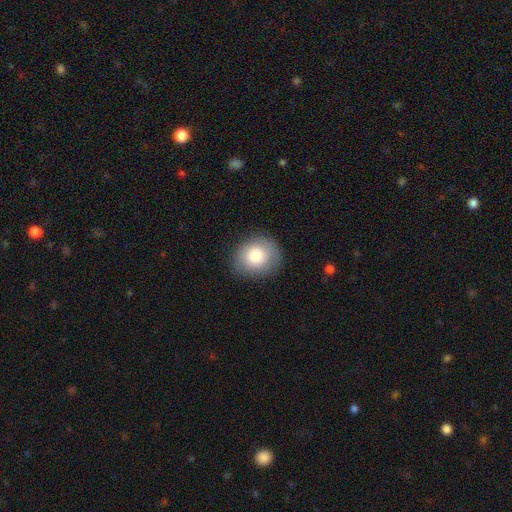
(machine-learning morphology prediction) smooth-or-featured: smooth: 81% | featured or disk: 11% | star or artifact: 8%
  how-rounded: round: 77% | in between: 23% | cigar-shaped: 1%
  merging: none: 85% | minor disturbance: 11% | major disturbance: 3% | merger: 1%